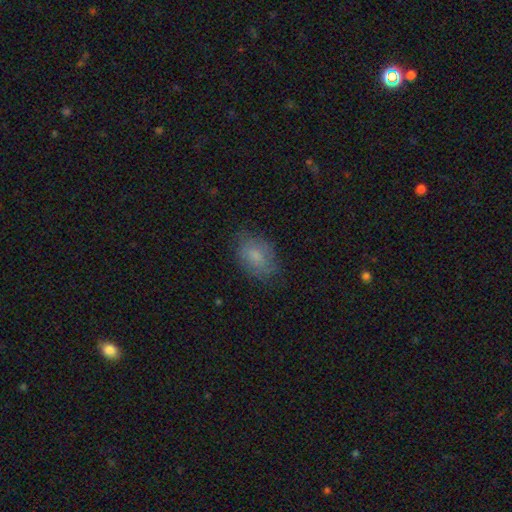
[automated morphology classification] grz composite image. It shows a smooth galaxy with no disk features (74%) that is in between round and cigar-shaped (84%). Merging: none (73%).